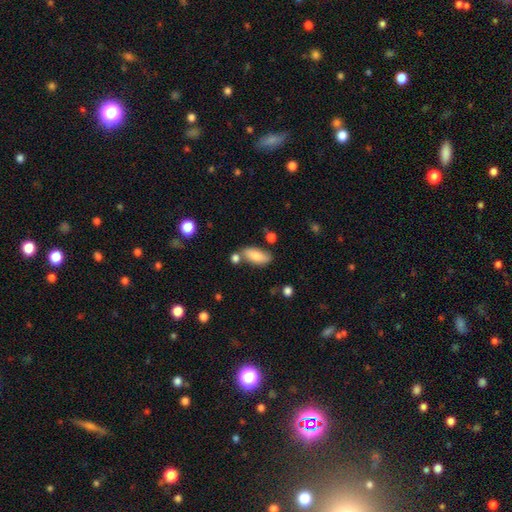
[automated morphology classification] This is clearly a smooth galaxy (82%). How rounded: clearly in between (85%). Merging: likely none (66%).